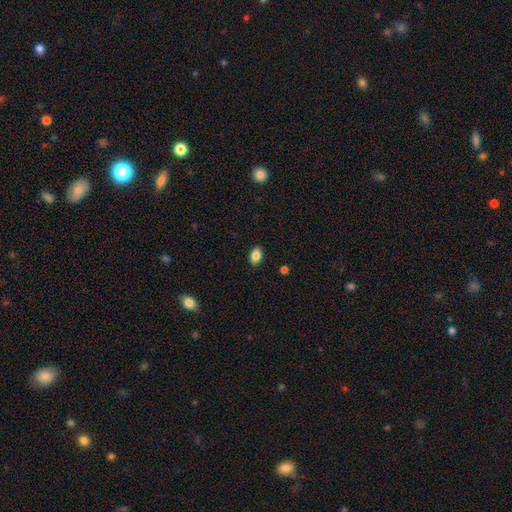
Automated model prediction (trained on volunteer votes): A smooth galaxy with no disk features (85%) that is in between round and cigar-shaped (89%). Merging: none (88%).